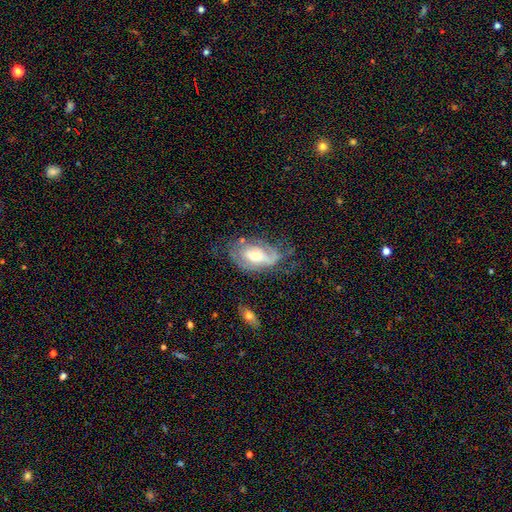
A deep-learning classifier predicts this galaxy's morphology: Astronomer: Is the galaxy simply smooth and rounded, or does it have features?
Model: featured or disk — 71%.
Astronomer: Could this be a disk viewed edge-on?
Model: no — 93%.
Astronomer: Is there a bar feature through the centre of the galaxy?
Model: no — 51% (runner-up: weak, 37%).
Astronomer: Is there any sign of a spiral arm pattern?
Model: yes — 82%.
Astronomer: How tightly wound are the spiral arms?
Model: tight — 47% (runner-up: medium, 36%).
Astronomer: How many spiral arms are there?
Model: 2 — 39% (runner-up: can't tell, 32%).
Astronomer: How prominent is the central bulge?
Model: moderate — 58%.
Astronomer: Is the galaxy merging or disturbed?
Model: none — 52%.